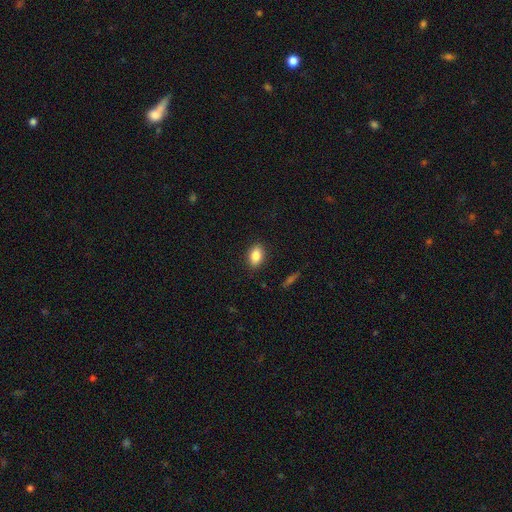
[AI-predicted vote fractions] A smooth galaxy with no disk features (85%) that is in between round and cigar-shaped (85%).

Vote fractions:
- Smooth or featured? smooth: 85% / star or artifact: 8% / featured or disk: 7%
- How rounded? in between: 85% / round: 12% / cigar-shaped: 3%
- Merging? none: 87% / minor disturbance: 10% / major disturbance: 2% / merger: 1%